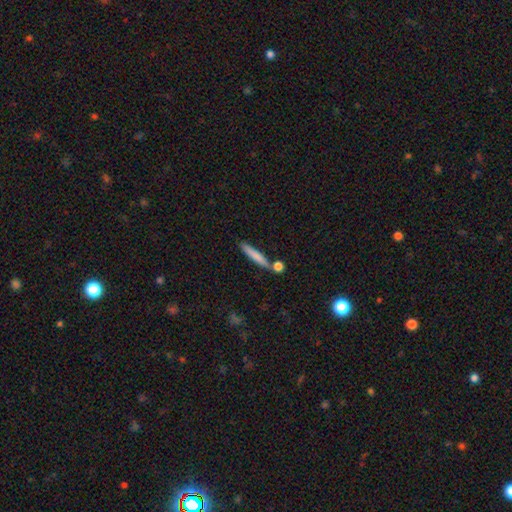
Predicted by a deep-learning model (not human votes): Smooth or featured?
  - smooth: 74% *
  - featured or disk: 19%
  - star or artifact: 6%
How rounded?
  - cigar-shaped: 91% *
  - in between: 6%
  - round: 2%
Merging?
  - none: 75% *
  - merger: 12%
  - minor disturbance: 10%
  - major disturbance: 3%